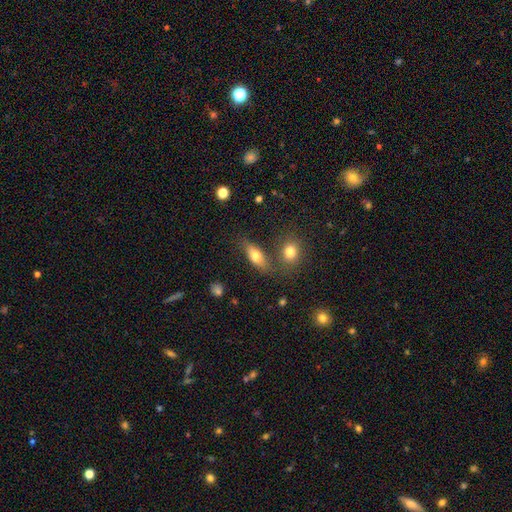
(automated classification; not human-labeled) smooth_or_featured: smooth (p=0.71) [alt: featured or disk p=0.20]
how_rounded: in between (p=0.74) [alt: cigar-shaped p=0.19]
merging: none (p=0.64) [alt: merger p=0.16]